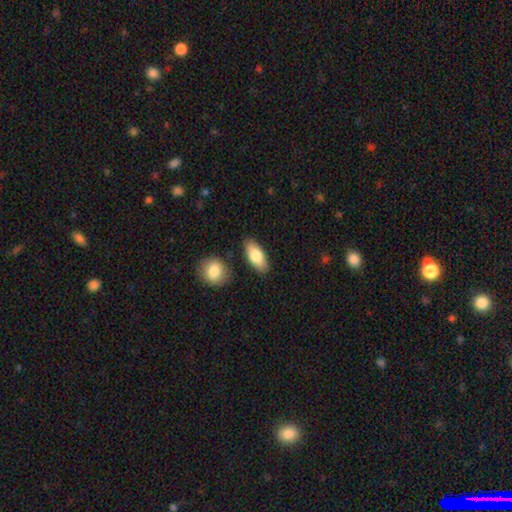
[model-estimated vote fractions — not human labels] The model was most divided on "smooth or featured": smooth: 80%, featured or disk: 14%, star or artifact: 6%. More confident: how rounded — in between (85%); merging — none (84%).